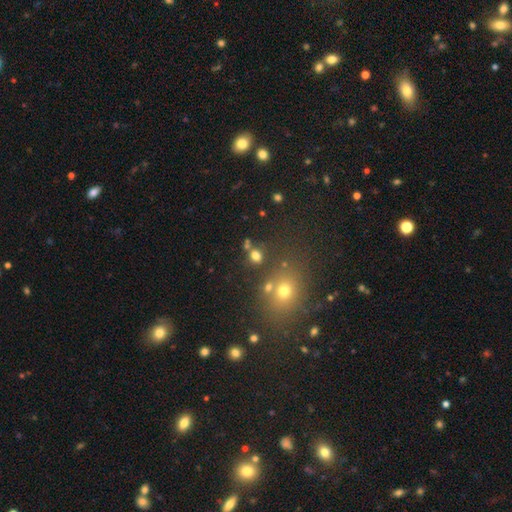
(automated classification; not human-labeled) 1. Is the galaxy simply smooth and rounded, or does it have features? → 72% smooth, 19% star or artifact, 9% featured or disk.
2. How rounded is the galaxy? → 70% round, 28% in between, 1% cigar-shaped.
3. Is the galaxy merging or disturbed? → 67% none, 18% merger, 10% minor disturbance, 5% major disturbance.